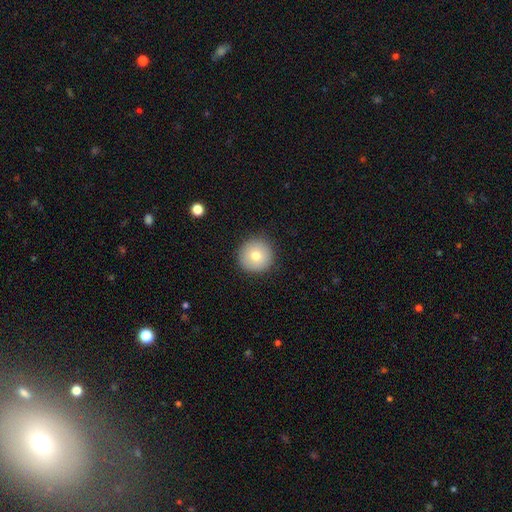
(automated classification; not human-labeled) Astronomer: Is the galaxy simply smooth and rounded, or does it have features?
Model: smooth — 75%.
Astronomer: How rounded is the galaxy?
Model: round — 96%.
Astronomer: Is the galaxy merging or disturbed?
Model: none — 90%.